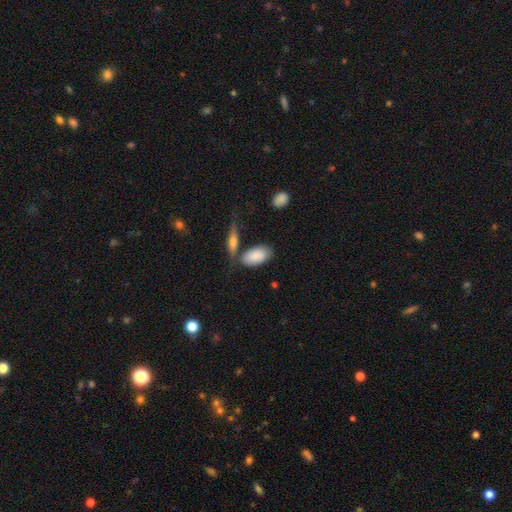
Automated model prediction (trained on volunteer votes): This appears to be a smooth galaxy with no disk features (86%) that is in between round and cigar-shaped (93%). Merging: none (60%).